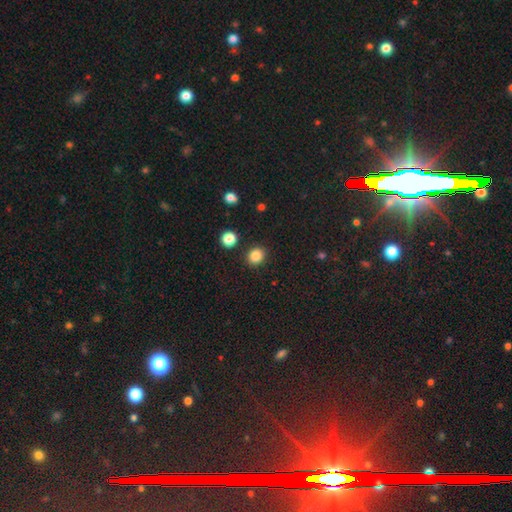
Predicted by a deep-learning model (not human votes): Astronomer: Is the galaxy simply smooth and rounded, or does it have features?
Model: smooth — 86%.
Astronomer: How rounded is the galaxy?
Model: round — 76%.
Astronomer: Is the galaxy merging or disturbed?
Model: none — 87%.